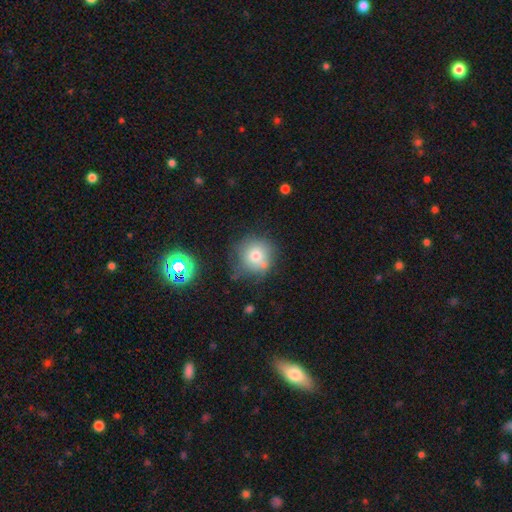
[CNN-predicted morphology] A smooth galaxy with no disk features (71%) that is round (90%). Merging: none (61%).